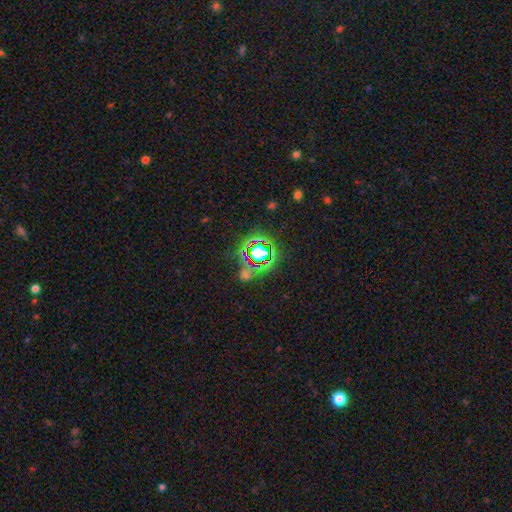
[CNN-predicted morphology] The model was most divided on "smooth or featured": star or artifact: 77%, smooth: 14%, featured or disk: 9%.